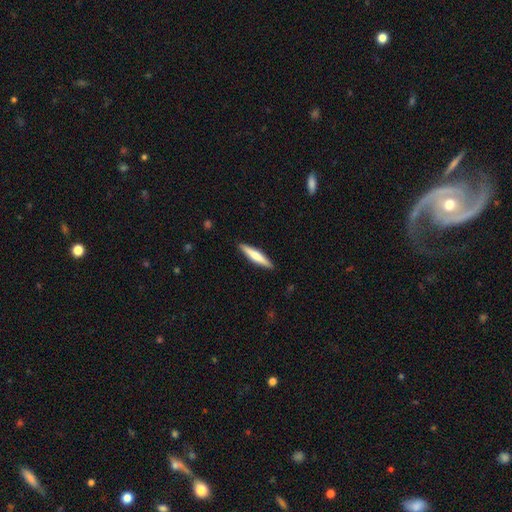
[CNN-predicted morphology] The model was most divided on "smooth or featured": smooth: 58%, featured or disk: 37%, star or artifact: 5%. More confident: merging — none (91%); how rounded — cigar-shaped (89%).